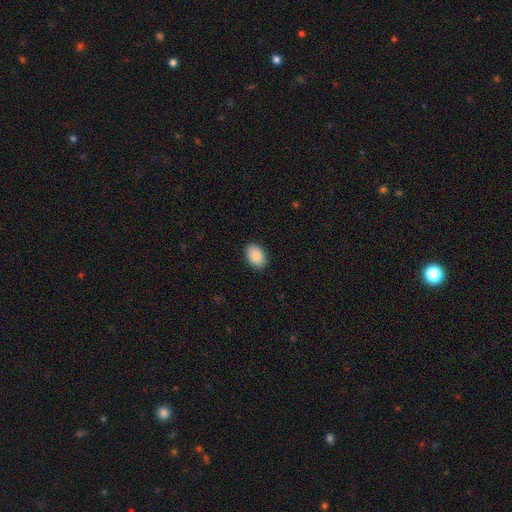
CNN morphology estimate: A smooth galaxy with no disk features (90%) that is in between round and cigar-shaped (86%).

Vote fractions:
- Smooth or featured? smooth: 90% / star or artifact: 6% / featured or disk: 4%
- How rounded? in between: 86% / round: 13% / cigar-shaped: 1%
- Merging? none: 90% / minor disturbance: 8% / major disturbance: 2% / merger: 1%